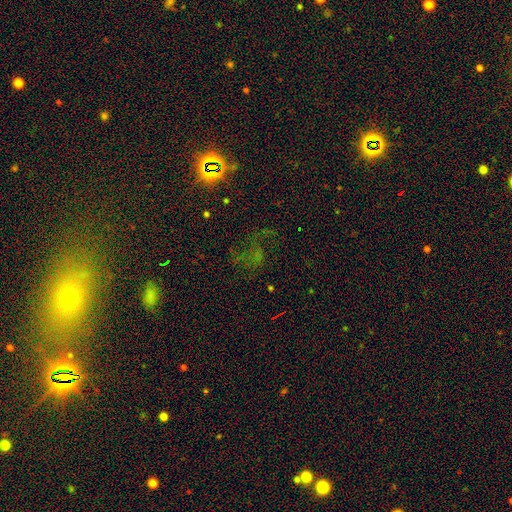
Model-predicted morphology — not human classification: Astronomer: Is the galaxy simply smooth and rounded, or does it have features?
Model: star or artifact — 60%.